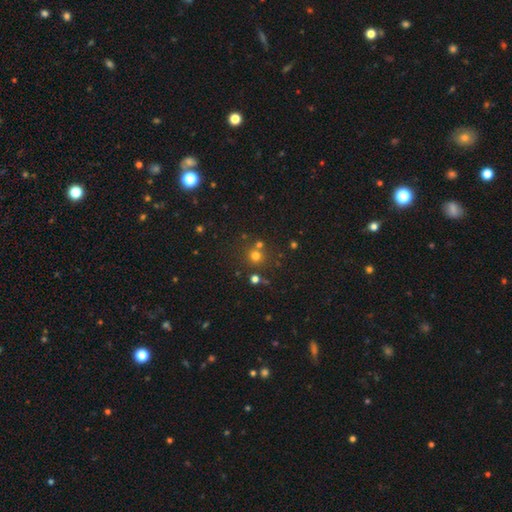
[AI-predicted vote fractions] Smooth or featured? Predicted: smooth (p=0.67). How rounded? Predicted: round (p=0.91). Merging? Predicted: none (p=0.69).